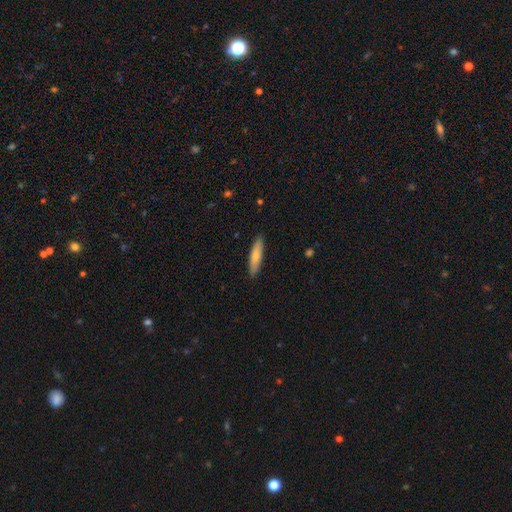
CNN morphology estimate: The model was most divided on "how rounded": cigar-shaped: 76%, in between: 23%, round: 2%. More confident: merging — none (88%); smooth or featured — smooth (76%).